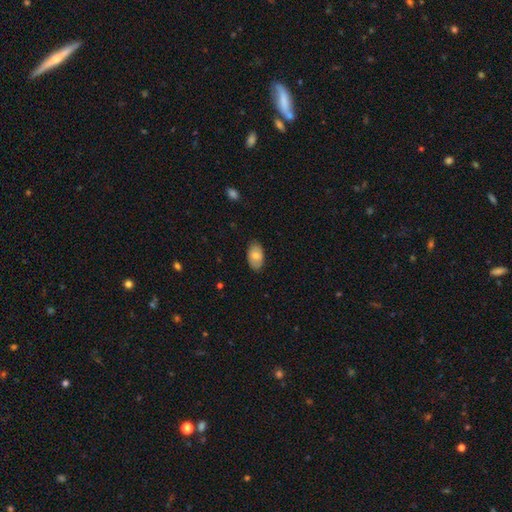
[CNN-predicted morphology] smooth_or_featured: smooth (p=0.76) [alt: featured or disk p=0.17]
how_rounded: in between (p=0.93) [alt: round p=0.06]
merging: none (p=0.83) [alt: minor disturbance p=0.14]